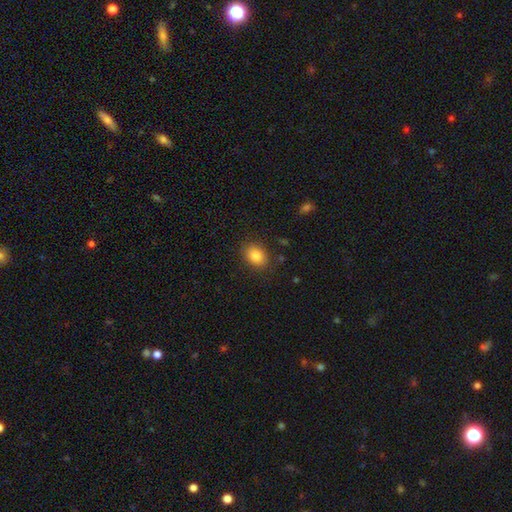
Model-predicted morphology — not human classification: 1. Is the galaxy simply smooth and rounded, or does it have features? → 84% smooth, 9% star or artifact, 7% featured or disk.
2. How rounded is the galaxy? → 64% in between, 35% round, 1% cigar-shaped.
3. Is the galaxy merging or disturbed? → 86% none, 10% minor disturbance, 3% major disturbance, 1% merger.